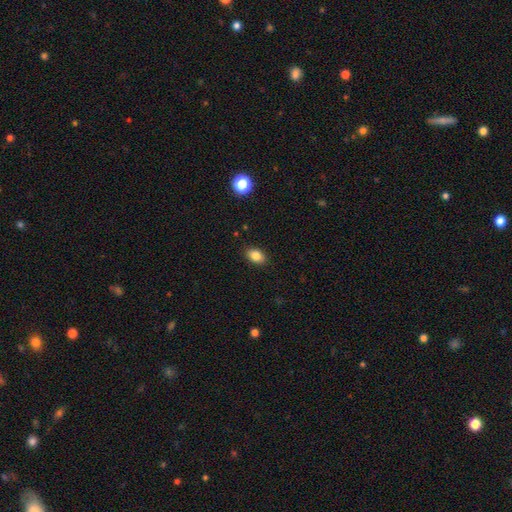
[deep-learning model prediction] smooth 85%, star or artifact 10%, featured or disk 6%. Down the decision tree: how rounded — in between (81%); merging — none (89%).